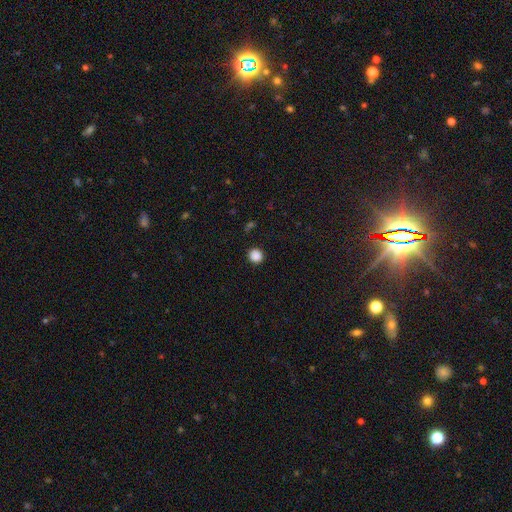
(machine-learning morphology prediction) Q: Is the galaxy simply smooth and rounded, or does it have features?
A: smooth — 87%.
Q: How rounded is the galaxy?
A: round — 92%.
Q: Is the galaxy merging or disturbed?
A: none — 91%.